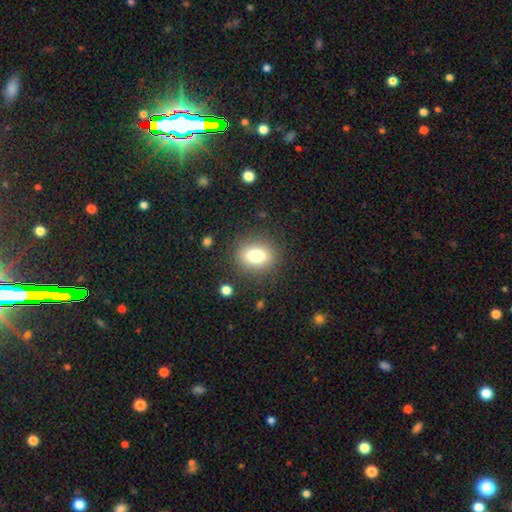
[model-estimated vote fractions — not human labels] smooth 78%, star or artifact 11%, featured or disk 11%. Down the decision tree: how rounded — in between (52%); merging — none (85%).